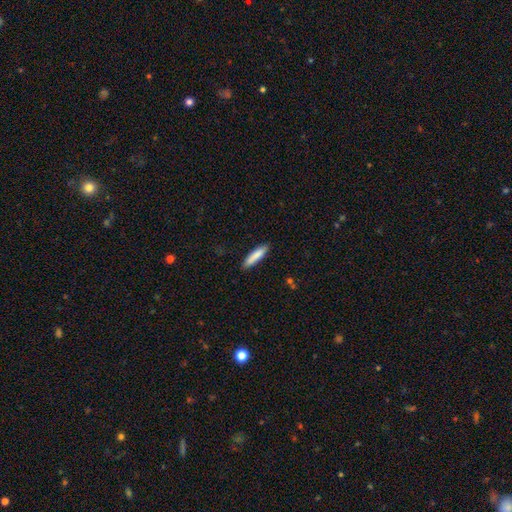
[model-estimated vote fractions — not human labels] Smooth or featured?
  - smooth: 83% *
  - featured or disk: 11%
  - star or artifact: 6%
How rounded?
  - cigar-shaped: 82% *
  - in between: 17%
  - round: 1%
Merging?
  - none: 87% *
  - minor disturbance: 10%
  - major disturbance: 2%
  - merger: 1%